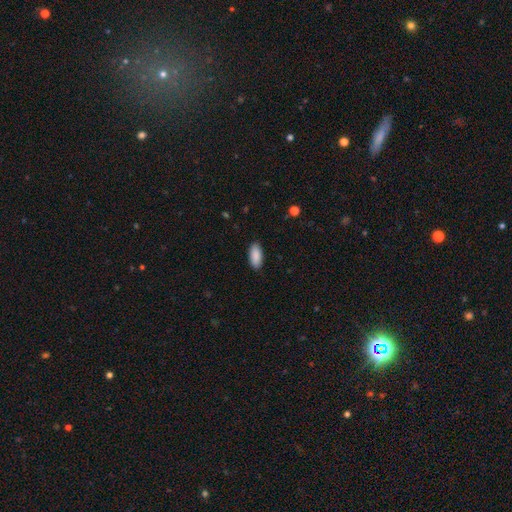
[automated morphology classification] The model was most divided on "how rounded": in between: 87%, cigar-shaped: 11%, round: 2%. More confident: smooth or featured — smooth (90%); merging — none (89%).